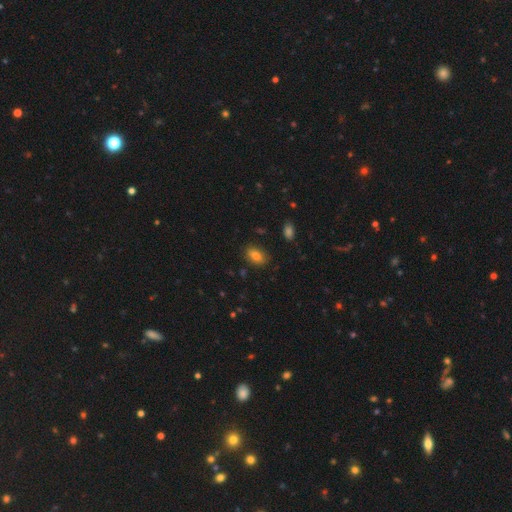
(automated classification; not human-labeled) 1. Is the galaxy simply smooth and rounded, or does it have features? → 83% smooth, 10% star or artifact, 7% featured or disk.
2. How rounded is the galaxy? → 88% in between, 10% round, 2% cigar-shaped.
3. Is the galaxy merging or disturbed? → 84% none, 12% minor disturbance, 3% major disturbance, 2% merger.